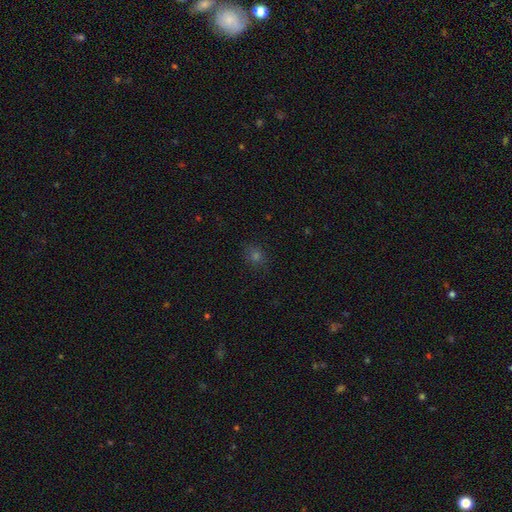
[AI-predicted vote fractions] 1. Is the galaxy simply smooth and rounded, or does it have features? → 63% smooth, 29% star or artifact, 8% featured or disk.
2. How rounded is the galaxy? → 74% round, 24% in between, 1% cigar-shaped.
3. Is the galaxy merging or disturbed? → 85% none, 11% minor disturbance, 3% major disturbance, 1% merger.